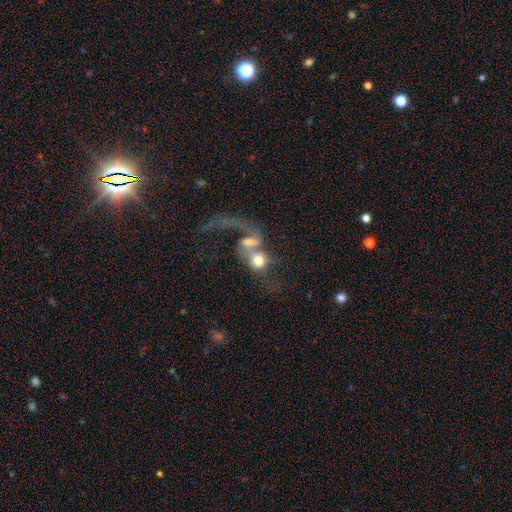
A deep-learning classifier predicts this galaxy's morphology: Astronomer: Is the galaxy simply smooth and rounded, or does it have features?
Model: featured or disk — 56% (runner-up: smooth, 32%).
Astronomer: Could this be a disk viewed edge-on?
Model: no — 95%.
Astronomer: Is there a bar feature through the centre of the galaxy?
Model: no — 68%.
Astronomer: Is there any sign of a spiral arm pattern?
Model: yes — 65%.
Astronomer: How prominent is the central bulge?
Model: moderate — 45% (runner-up: large, 22%).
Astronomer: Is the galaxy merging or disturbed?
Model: merger — 67%.